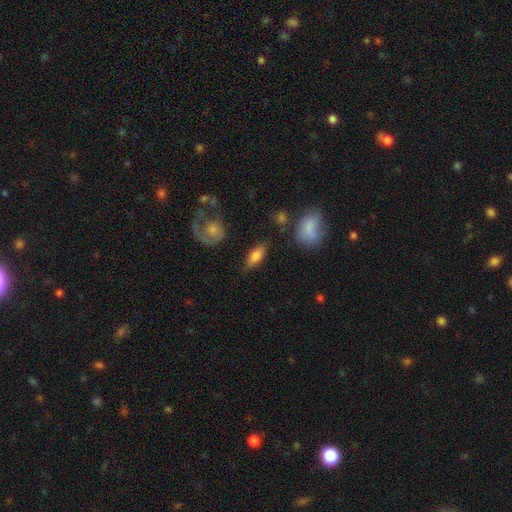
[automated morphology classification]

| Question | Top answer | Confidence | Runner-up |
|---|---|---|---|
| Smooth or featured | smooth | 73% | featured or disk (20%) |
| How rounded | in between | 76% | cigar-shaped (19%) |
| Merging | none | 79% | minor disturbance (13%) |